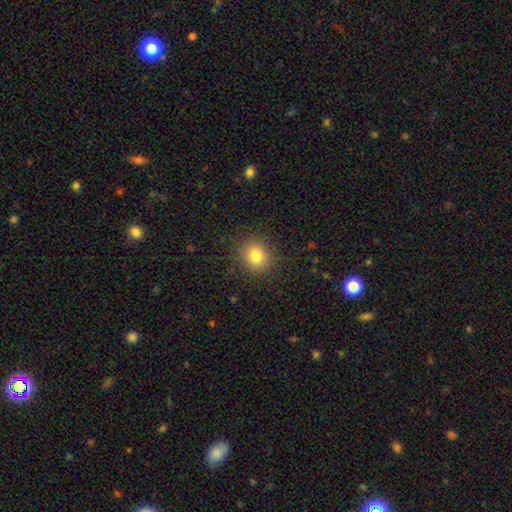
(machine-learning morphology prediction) Q: Smooth or featured?
A: smooth (82%); runner-up: star or artifact (12%)
Q: How rounded?
A: round (81%); runner-up: in between (18%)
Q: Merging?
A: none (88%); runner-up: minor disturbance (8%)